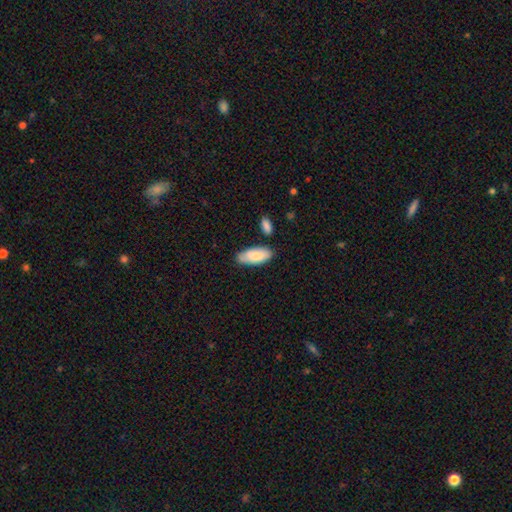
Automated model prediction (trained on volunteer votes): Overall: smooth (82%). How rounded: in between (86%). Merging: none (70%).